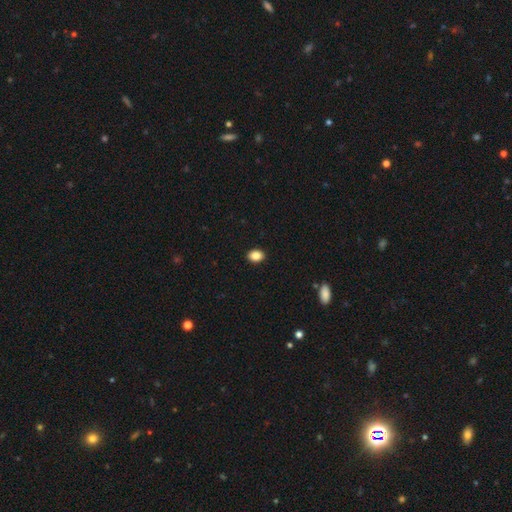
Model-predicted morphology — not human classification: This appears to be a smooth galaxy with no disk features (87%) that is in between round and cigar-shaped (69%). Merging: none (91%).